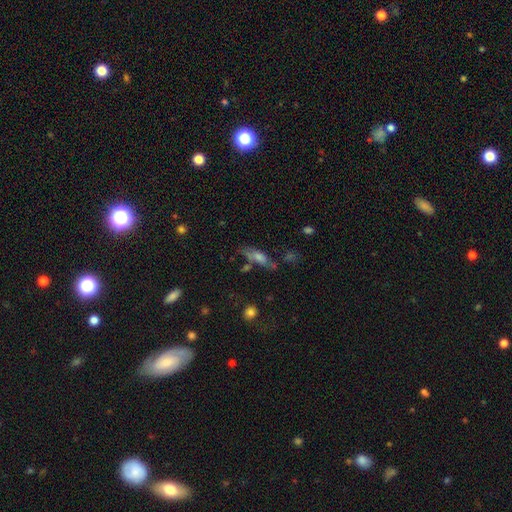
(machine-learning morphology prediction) smooth 45%, featured or disk 38%, star or artifact 17%. Down the decision tree: merging — none (55%).